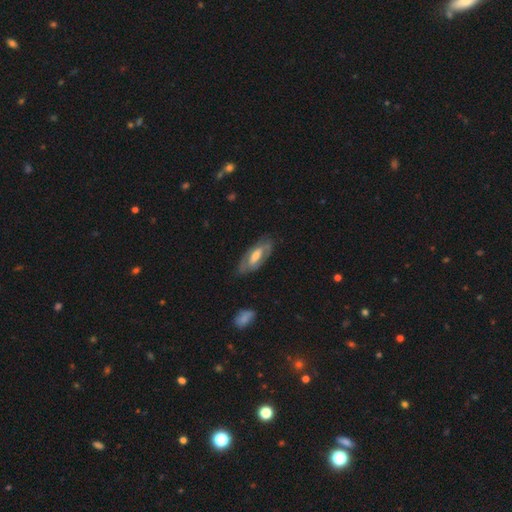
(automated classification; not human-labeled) Morphology: type=featured or disk (59%); edge-on=no (82%); merging=none (73%).